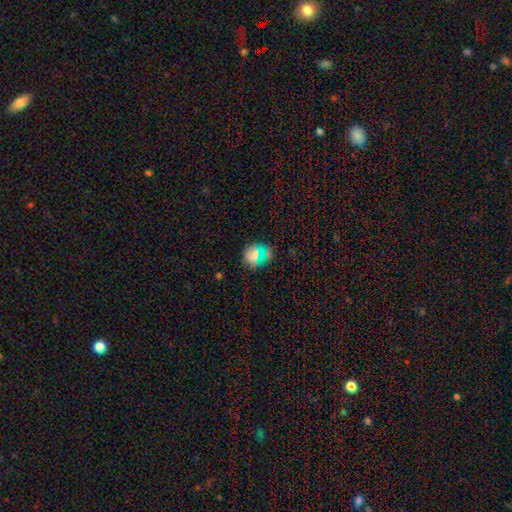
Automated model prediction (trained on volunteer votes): A smooth galaxy with no disk features (68%) that is round (79%).

Vote fractions:
- Smooth or featured? smooth: 68% / star or artifact: 22% / featured or disk: 9%
- How rounded? round: 79% / in between: 19% / cigar-shaped: 2%
- Merging? none: 82% / minor disturbance: 12% / major disturbance: 4% / merger: 3%